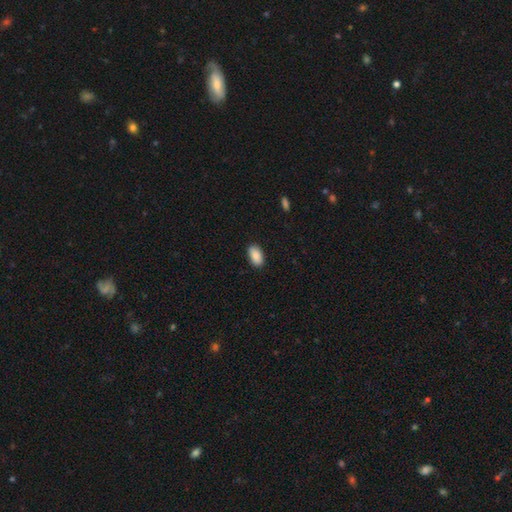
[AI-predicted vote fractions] A smooth galaxy with no disk features (89%) that is in between round and cigar-shaped (94%).

Vote fractions:
- Smooth or featured? smooth: 89% / star or artifact: 7% / featured or disk: 4%
- How rounded? in between: 94% / round: 4% / cigar-shaped: 2%
- Merging? none: 88% / minor disturbance: 9% / major disturbance: 2% / merger: 1%